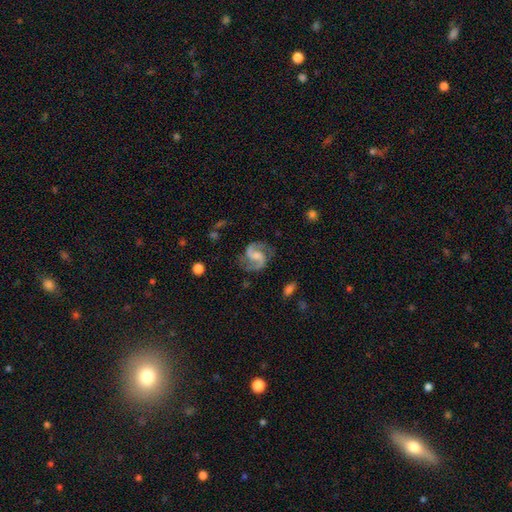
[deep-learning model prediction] The model was most divided on "bulge size": small: 40%, moderate: 38%, none: 17%, large: 5%, dominant: 1%. Remaining: edge-on disk — no (98%); spiral arms — yes (98%); spiral arm count — 2 (94%); smooth or featured — featured or disk (90%); merging — none (78%); spiral winding — medium (59%); bar — weak (44%).